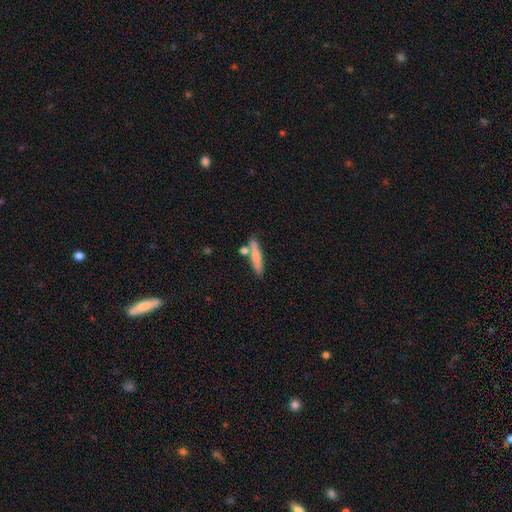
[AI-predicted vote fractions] This is likely a smooth galaxy (71%). How rounded: clearly cigar-shaped (86%). Merging: likely none (70%).